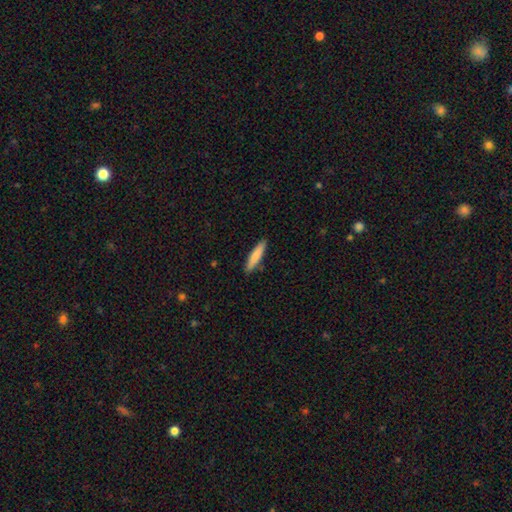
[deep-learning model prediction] Overall: smooth (80%). How rounded: cigar-shaped (85%). Merging: none (87%).